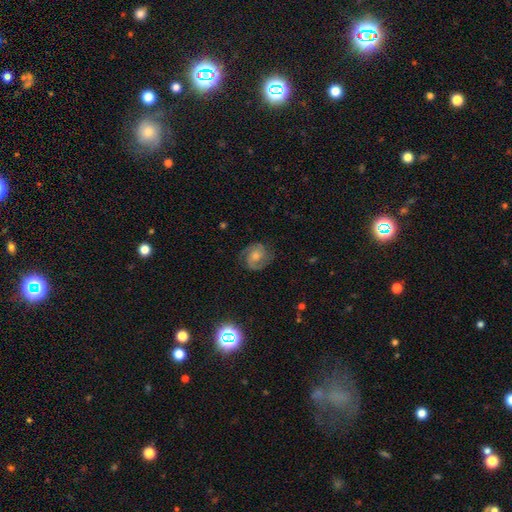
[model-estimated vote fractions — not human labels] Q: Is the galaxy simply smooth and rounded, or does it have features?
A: featured or disk — 78%.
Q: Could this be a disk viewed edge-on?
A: no — 98%.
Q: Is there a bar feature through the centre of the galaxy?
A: no — 62%.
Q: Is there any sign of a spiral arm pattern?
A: yes — 96%.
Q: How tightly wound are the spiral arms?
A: medium — 48%.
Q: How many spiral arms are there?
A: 2 — 88%.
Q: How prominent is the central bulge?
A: moderate — 49%.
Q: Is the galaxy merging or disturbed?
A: none — 78%.